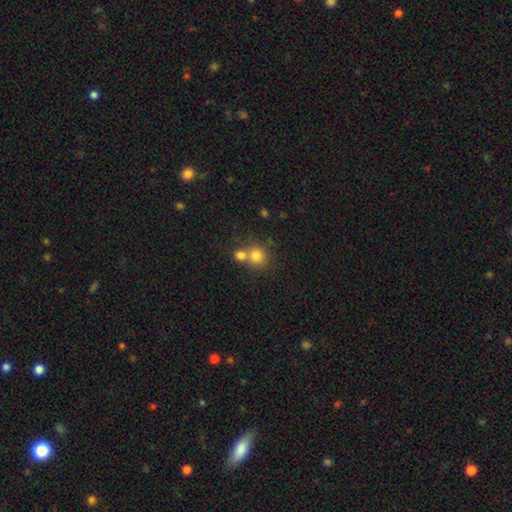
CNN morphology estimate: This is likely a smooth galaxy (78%). How rounded: clearly round (87%). Merging: possibly merger (45%, tied with none).